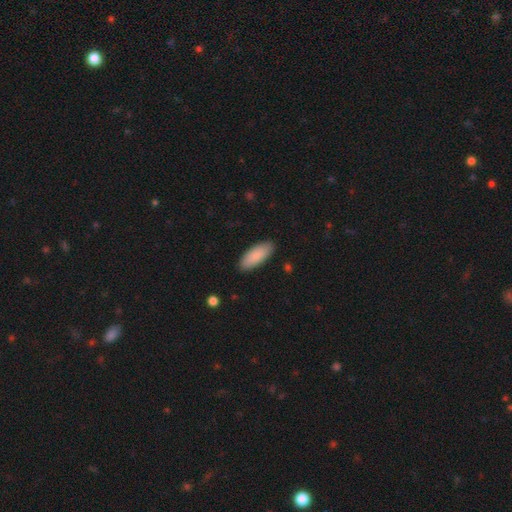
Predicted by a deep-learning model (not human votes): Morphology: type=smooth (88%); roundness=in between (81%); merging=none (88%).